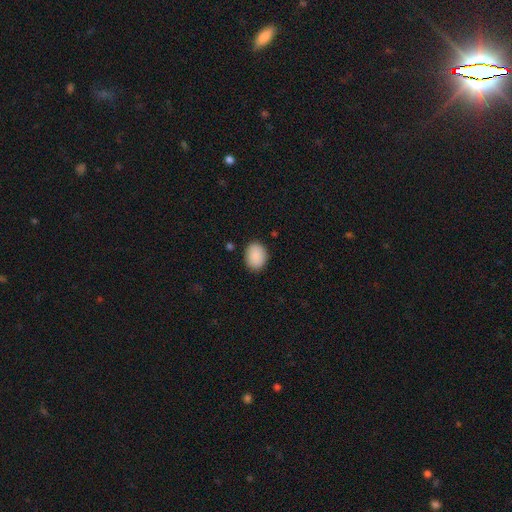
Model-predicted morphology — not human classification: Smooth or featured? smooth (90%)
How rounded? in between (64%)
Merging? none (87%)